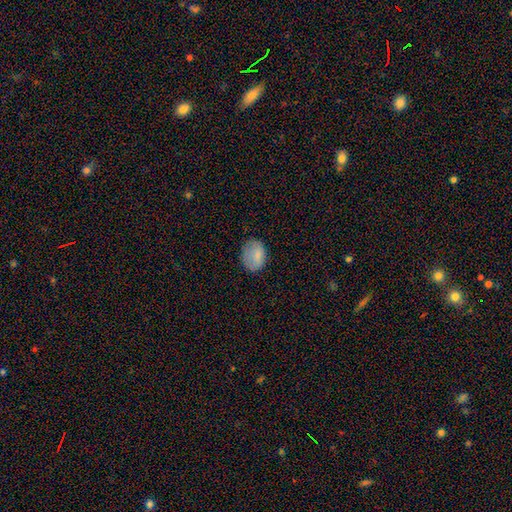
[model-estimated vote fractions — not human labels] This appears to be a smooth galaxy with no disk features (80%) that is in between round and cigar-shaped (69%). Merging: none (68%).